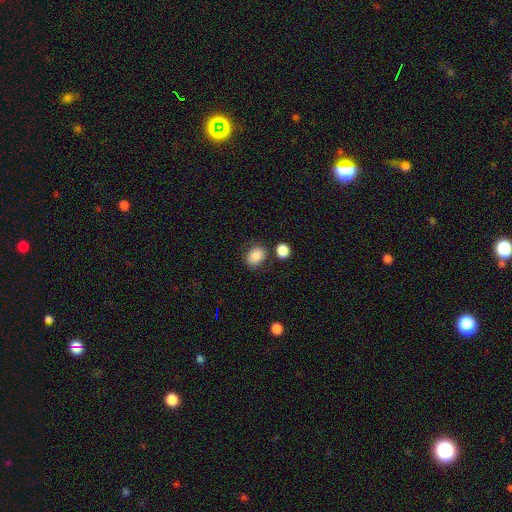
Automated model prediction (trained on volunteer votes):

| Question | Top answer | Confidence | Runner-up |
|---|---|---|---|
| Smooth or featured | smooth | 86% | star or artifact (9%) |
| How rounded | in between | 61% | round (38%) |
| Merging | none | 76% | minor disturbance (13%) |